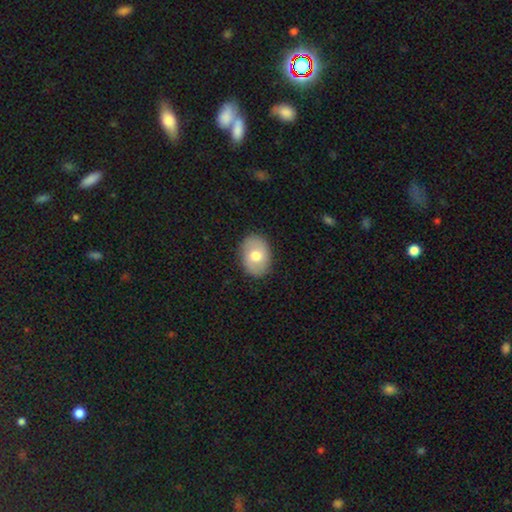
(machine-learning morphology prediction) A smooth galaxy with no disk features (67%) that is in between round and cigar-shaped (74%). Merging: none (86%).